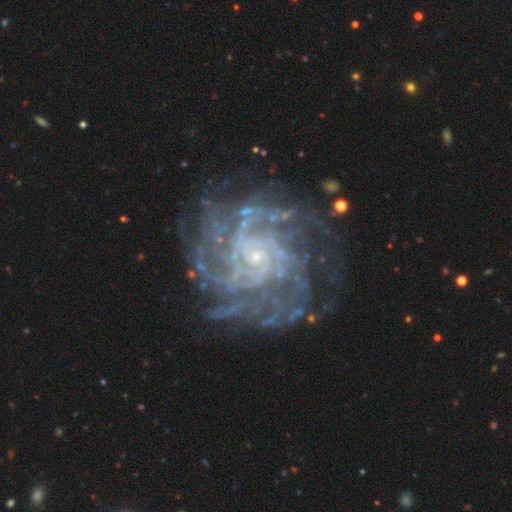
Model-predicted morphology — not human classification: type=featured or disk (89%); edge-on=no (98%); bar=no (68%); spiral arms=yes (97%); winding=tight (67%); arm count=more than 4 (29%); bulge=small (82%); merging=none (75%).